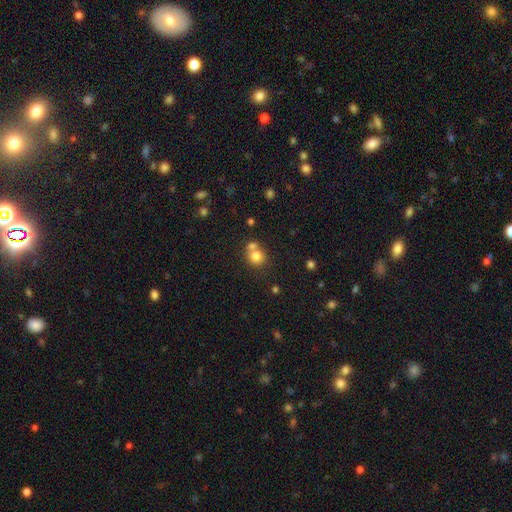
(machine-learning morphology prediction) smooth 78%, star or artifact 12%, featured or disk 10%. Down the decision tree: how rounded — round (82%); merging — none (48%).